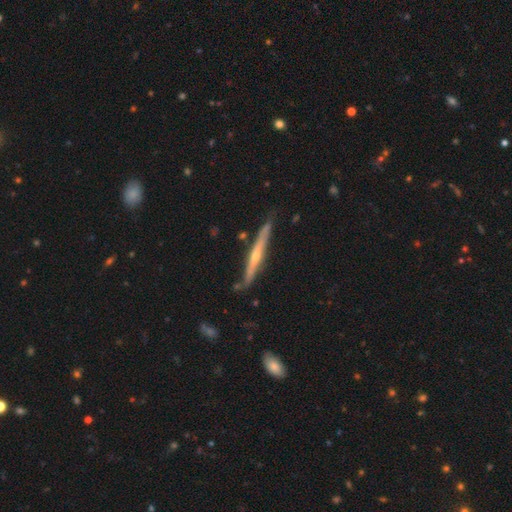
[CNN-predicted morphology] type=featured or disk (73%); edge-on=yes (96%); edge-on bulge=rounded (73%); merging=none (78%).